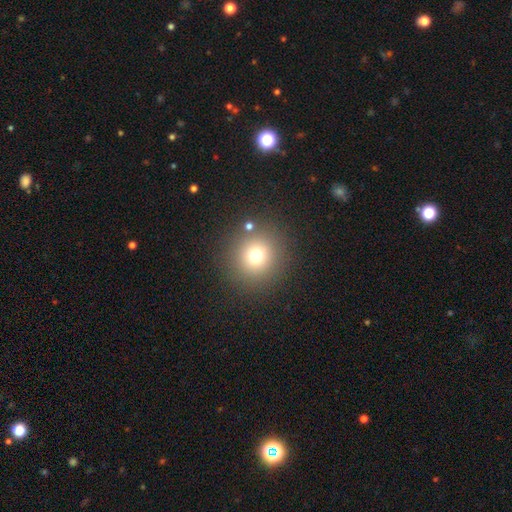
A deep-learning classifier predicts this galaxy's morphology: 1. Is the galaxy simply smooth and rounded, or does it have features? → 72% smooth, 18% star or artifact, 10% featured or disk.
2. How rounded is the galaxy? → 94% round, 5% in between, 1% cigar-shaped.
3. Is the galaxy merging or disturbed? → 86% none, 7% minor disturbance, 4% merger, 4% major disturbance.